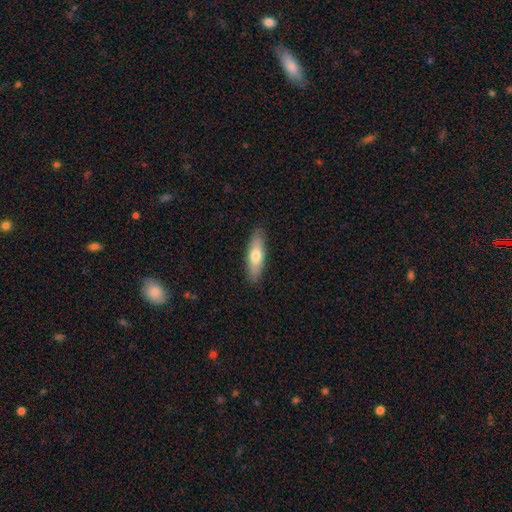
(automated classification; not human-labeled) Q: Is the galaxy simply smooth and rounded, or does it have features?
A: smooth — 68%.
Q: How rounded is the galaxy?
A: cigar-shaped — 54%.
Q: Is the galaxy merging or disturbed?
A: none — 88%.